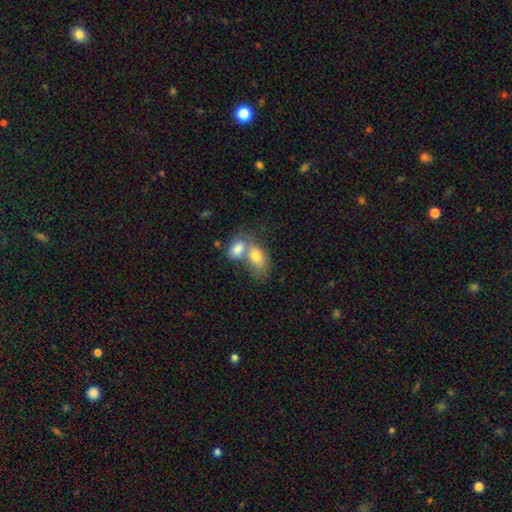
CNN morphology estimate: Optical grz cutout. It shows a smooth galaxy with no disk features (76%) that is in between round and cigar-shaped (87%). Merging: merger (68%).